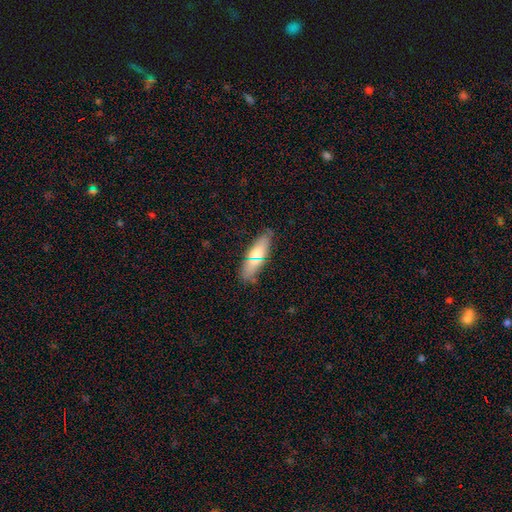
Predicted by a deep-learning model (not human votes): Morphology: type=smooth (67%); roundness=in between (55%); merging=none (83%).